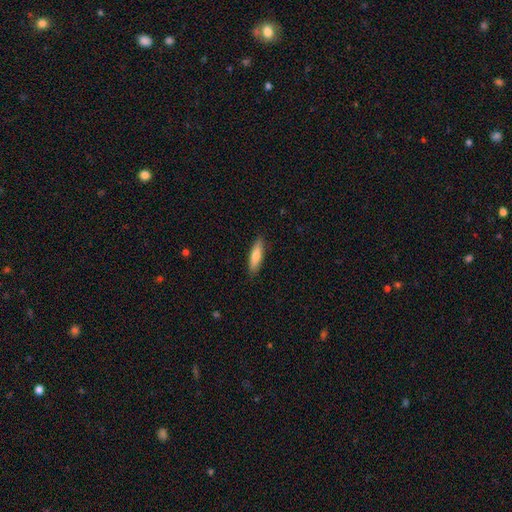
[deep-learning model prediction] Smooth or featured: smooth — 74% (featured or disk — 21%)
How rounded: cigar-shaped — 72% (in between — 26%)
Merging: none — 88% (minor disturbance — 9%)